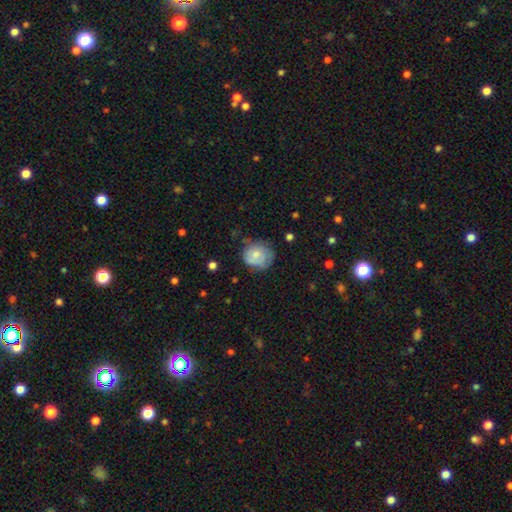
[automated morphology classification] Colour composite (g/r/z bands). It shows a smooth galaxy with no disk features (63%) that is round (73%). Merging: none (58%).